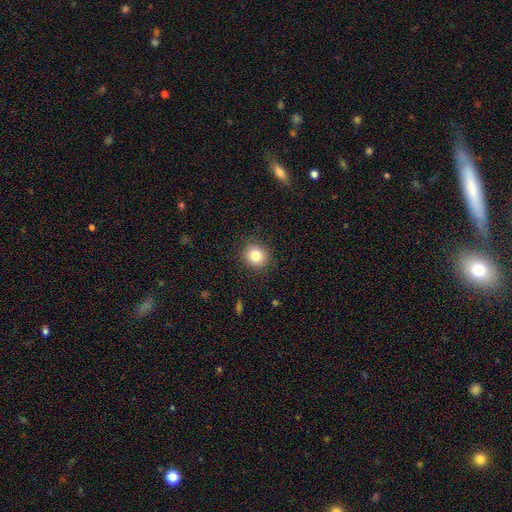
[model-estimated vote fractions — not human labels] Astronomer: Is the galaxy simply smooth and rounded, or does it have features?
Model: smooth — 82%.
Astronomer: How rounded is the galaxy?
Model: round — 86%.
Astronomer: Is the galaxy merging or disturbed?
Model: none — 90%.